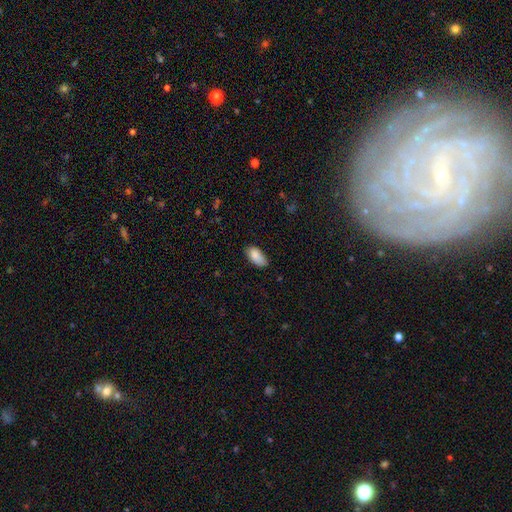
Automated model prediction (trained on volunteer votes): Morphology: type=smooth (87%); roundness=in between (93%); merging=none (63%).